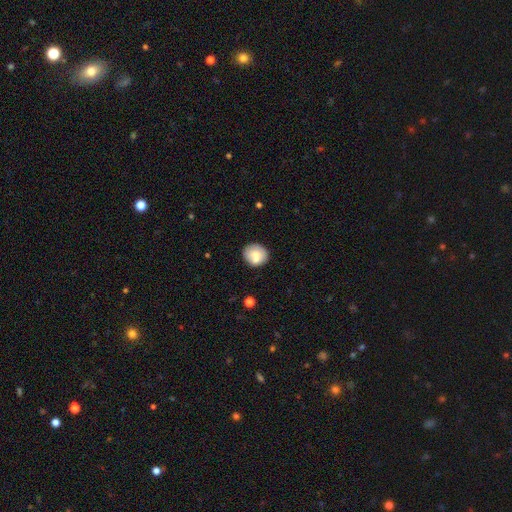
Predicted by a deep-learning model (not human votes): smooth-or-featured: smooth: 71% | featured or disk: 21% | star or artifact: 8%
  how-rounded: round: 79% | in between: 20% | cigar-shaped: 1%
  merging: none: 63% | minor disturbance: 17% | merger: 16% | major disturbance: 4%